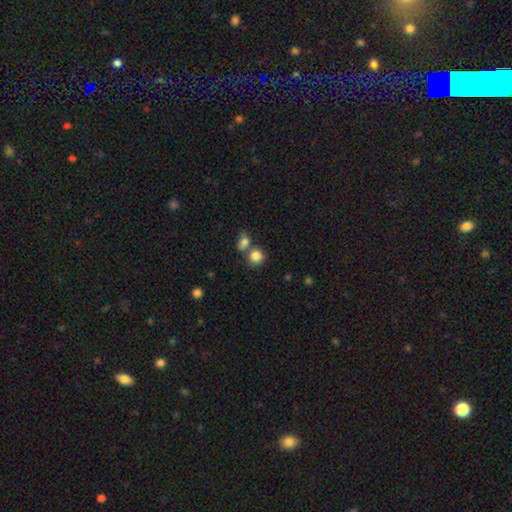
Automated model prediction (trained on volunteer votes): Smooth or featured: smooth — 83% (star or artifact — 10%)
How rounded: round — 80% (in between — 19%)
Merging: none — 52% (merger — 35%)